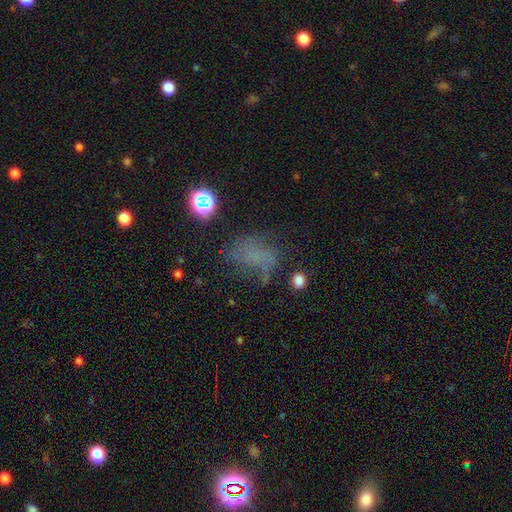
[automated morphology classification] A smooth galaxy with no disk features (43%).

Vote fractions:
- Smooth or featured? smooth: 43% / featured or disk: 29% / star or artifact: 28%
- Merging? none: 45% / major disturbance: 26% / minor disturbance: 24% / merger: 5%